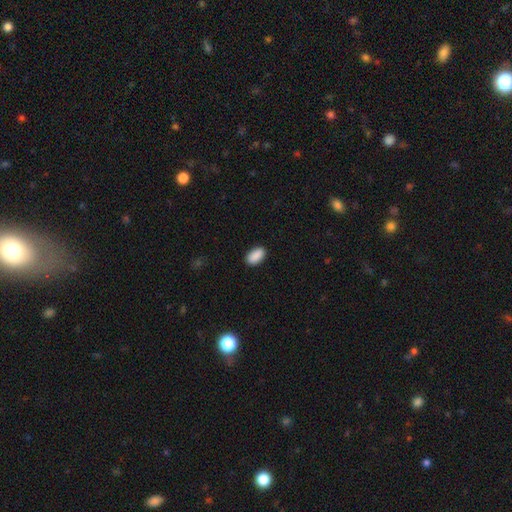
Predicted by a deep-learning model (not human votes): Smooth or featured? smooth (91%)
How rounded? in between (94%)
Merging? none (89%)